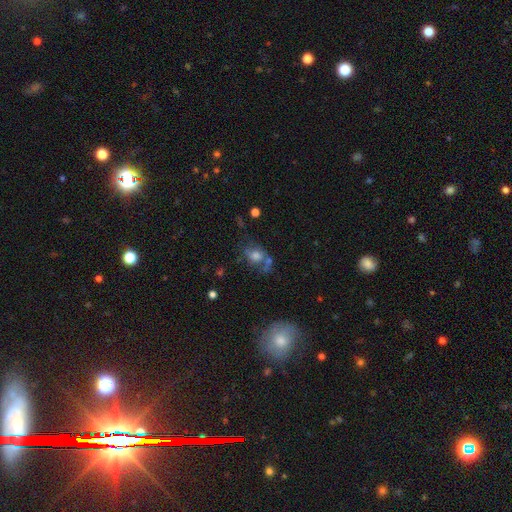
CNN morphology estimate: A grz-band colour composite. It shows a smooth galaxy with no disk features (52%) that is in between round and cigar-shaped (58%). Merging: none (42%).